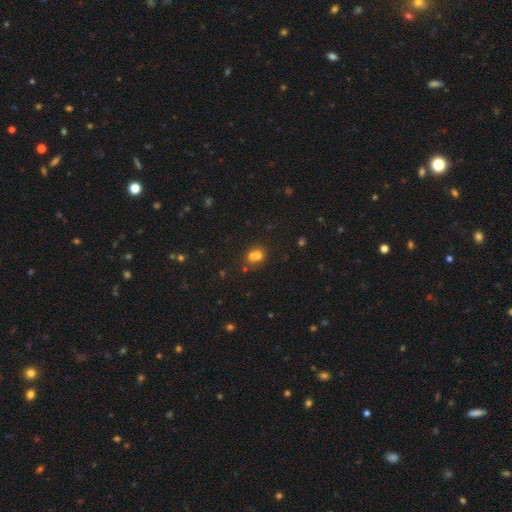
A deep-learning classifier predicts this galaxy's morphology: Smooth or featured?
  - smooth: 69% *
  - featured or disk: 16%
  - star or artifact: 15%
How rounded?
  - round: 61% *
  - in between: 38%
  - cigar-shaped: 1%
Merging?
  - merger: 54% *
  - none: 33%
  - minor disturbance: 9%
  - major disturbance: 4%